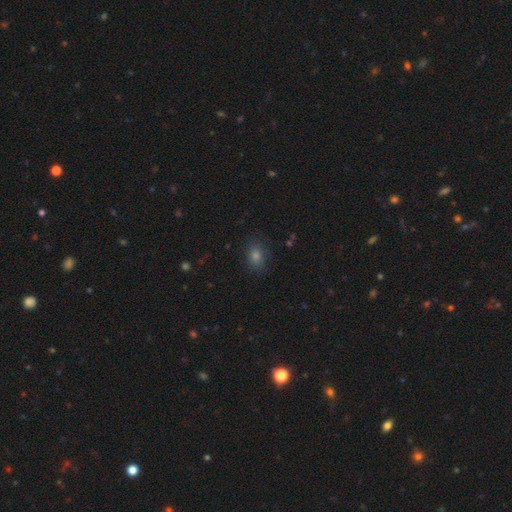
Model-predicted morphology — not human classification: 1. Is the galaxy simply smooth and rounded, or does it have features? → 74% smooth, 19% star or artifact, 7% featured or disk.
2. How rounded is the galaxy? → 59% in between, 40% round, 1% cigar-shaped.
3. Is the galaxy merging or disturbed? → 85% none, 10% minor disturbance, 3% major disturbance, 1% merger.